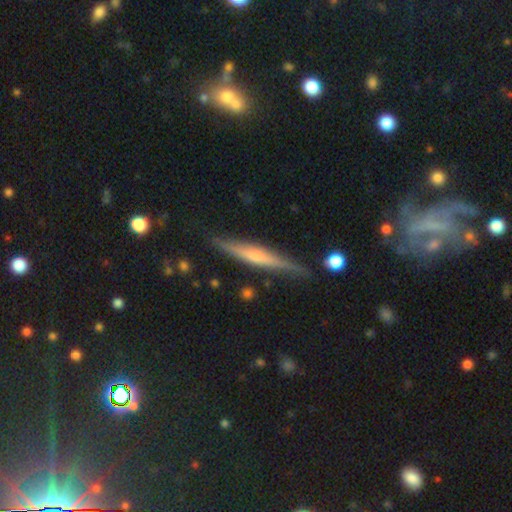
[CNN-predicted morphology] The model was most divided on "edge-on bulge": rounded: 54%, none: 34%, boxy: 12%. More confident: edge-on disk — yes (96%); merging — none (83%); smooth or featured — featured or disk (61%).